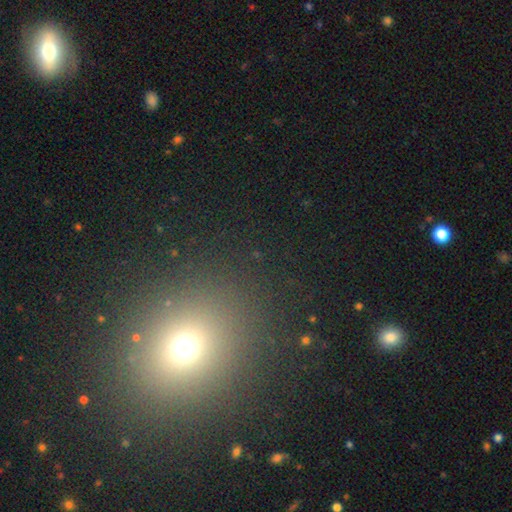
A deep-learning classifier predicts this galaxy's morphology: A smooth galaxy with no disk features (56%) that is round (75%).

Vote fractions:
- Smooth or featured? smooth: 56% / star or artifact: 35% / featured or disk: 9%
- How rounded? round: 75% / in between: 23% / cigar-shaped: 2%
- Merging? none: 86% / minor disturbance: 7% / major disturbance: 4% / merger: 3%